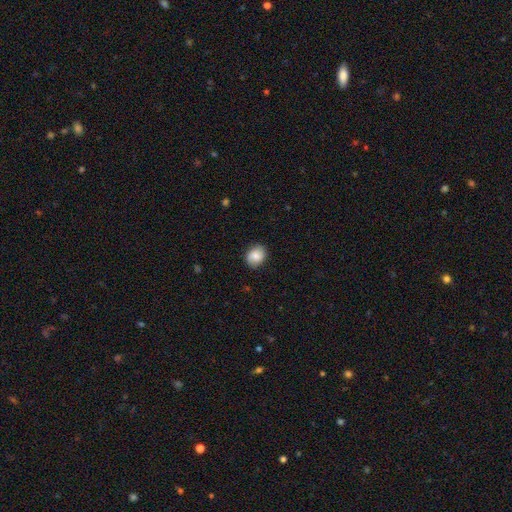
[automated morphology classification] smooth 81%, featured or disk 11%, star or artifact 8%. Down the decision tree: how rounded — round (55%); merging — none (85%).